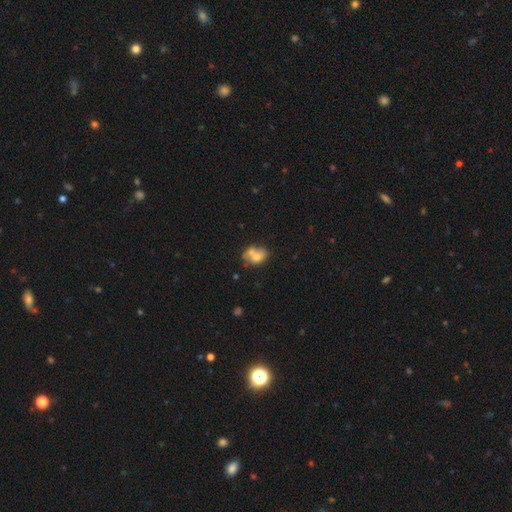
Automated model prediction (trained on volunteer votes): smooth_or_featured: smooth (p=0.65) [alt: featured or disk p=0.25]
how_rounded: in between (p=0.64) [alt: round p=0.35]
merging: merger (p=0.48) [alt: none p=0.30]